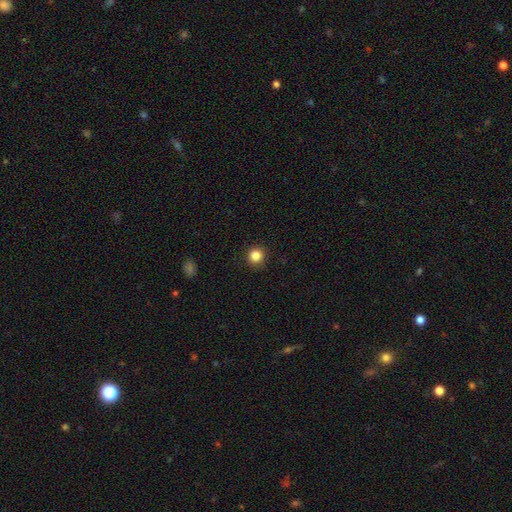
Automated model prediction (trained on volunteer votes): Smooth or featured? smooth (85%)
How rounded? round (94%)
Merging? none (92%)